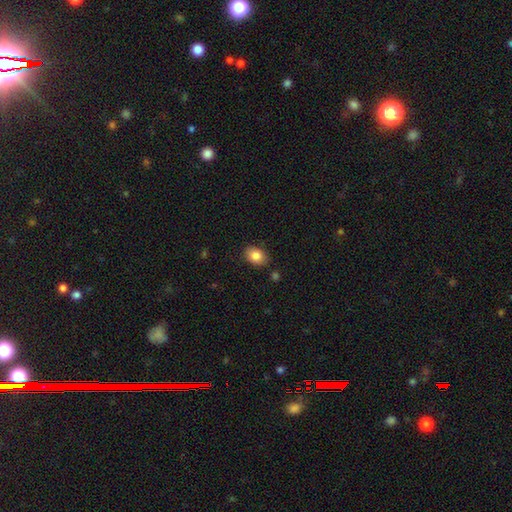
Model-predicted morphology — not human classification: A smooth galaxy with no disk features (85%) that is in between round and cigar-shaped (71%). Merging: none (84%).